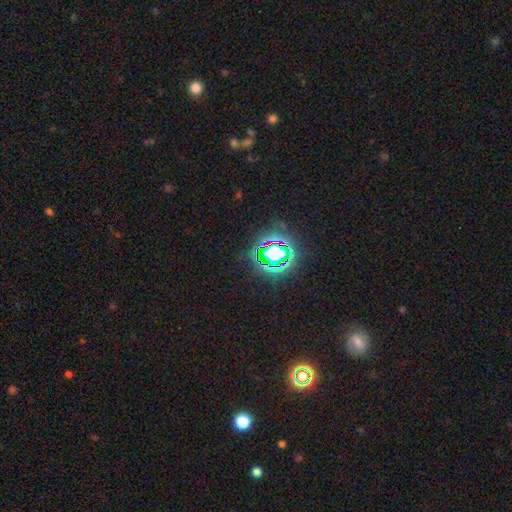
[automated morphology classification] A star or artifact, not a galaxy (78%).

Vote fractions:
- Smooth or featured? star or artifact: 78% / smooth: 14% / featured or disk: 7%